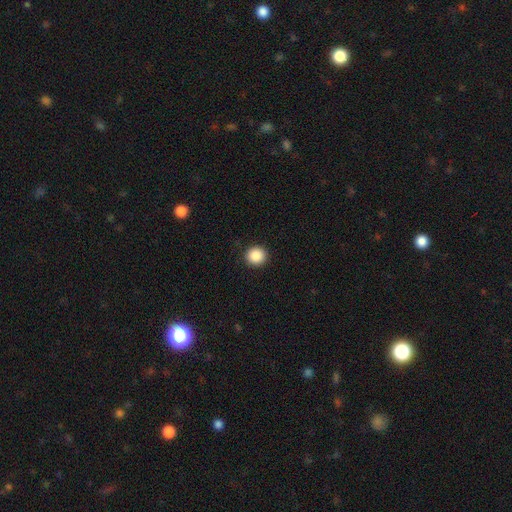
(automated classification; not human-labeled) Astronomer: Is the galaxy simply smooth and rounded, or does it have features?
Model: smooth — 88%.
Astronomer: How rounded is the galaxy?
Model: round — 91%.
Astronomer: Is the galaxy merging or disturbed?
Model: none — 92%.